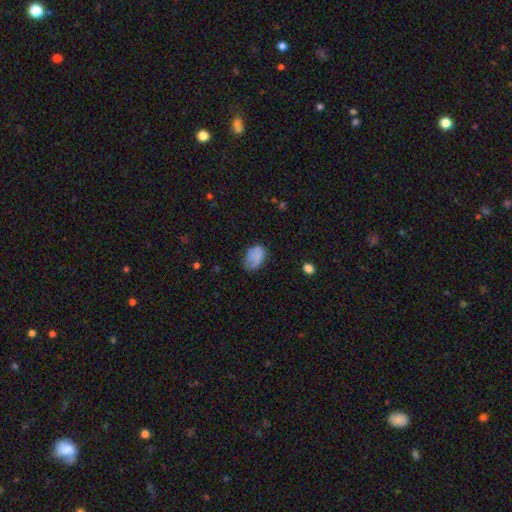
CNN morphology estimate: smooth-or-featured: smooth: 82% | star or artifact: 9% | featured or disk: 9%
  how-rounded: in between: 87% | round: 12% | cigar-shaped: 1%
  merging: none: 54% | minor disturbance: 33% | major disturbance: 11% | merger: 2%